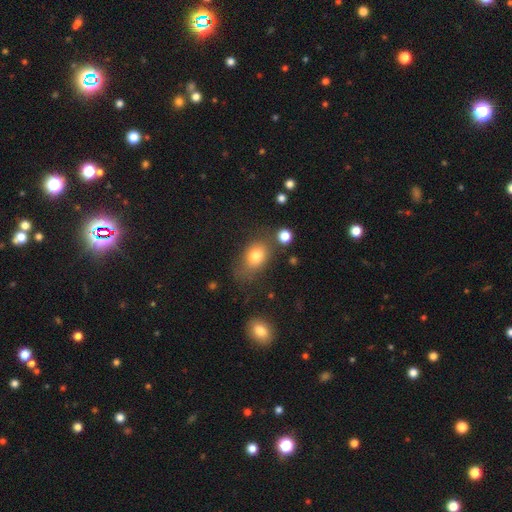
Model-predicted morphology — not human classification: smooth-or-featured: smooth: 78% | featured or disk: 11% | star or artifact: 11%
  how-rounded: in between: 72% | round: 26% | cigar-shaped: 1%
  merging: none: 59% | minor disturbance: 24% | major disturbance: 10% | merger: 7%